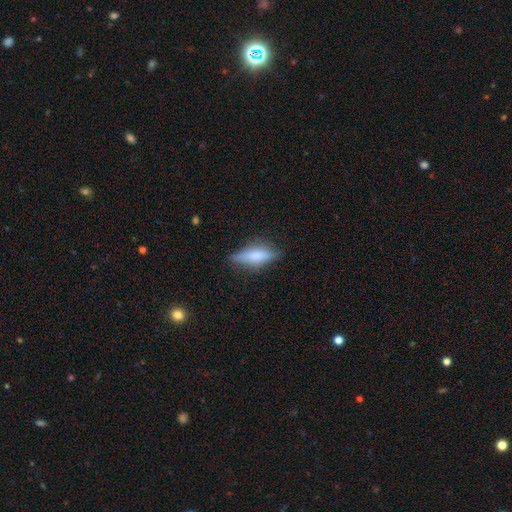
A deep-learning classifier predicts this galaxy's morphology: smooth 55%, featured or disk 37%, star or artifact 8%. Down the decision tree: how rounded — cigar-shaped (51%); merging — none (75%).